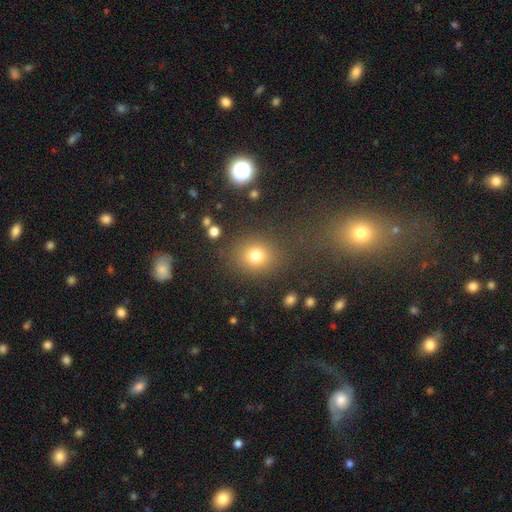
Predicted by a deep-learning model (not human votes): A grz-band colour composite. It shows a smooth galaxy with no disk features (76%) that is round (73%). Merging: none (80%).